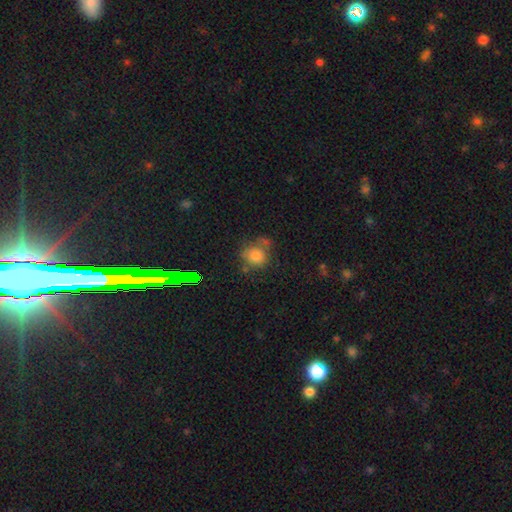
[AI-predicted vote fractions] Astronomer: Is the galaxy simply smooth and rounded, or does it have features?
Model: smooth — 77%.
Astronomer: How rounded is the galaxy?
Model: round — 81%.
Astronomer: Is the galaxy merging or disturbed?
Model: none — 53%.